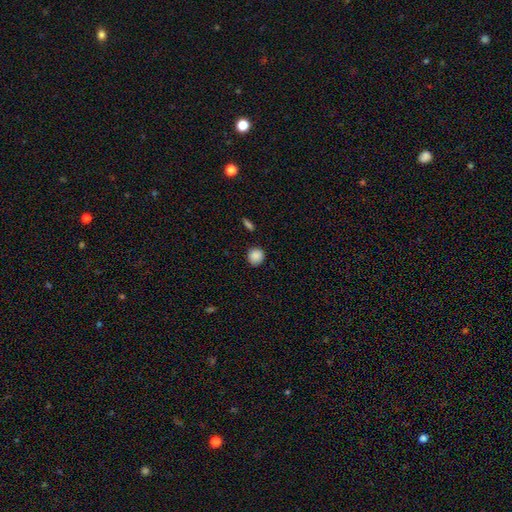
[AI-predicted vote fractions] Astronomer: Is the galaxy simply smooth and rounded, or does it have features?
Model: smooth — 88%.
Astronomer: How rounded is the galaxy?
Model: round — 90%.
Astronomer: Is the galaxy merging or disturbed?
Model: none — 87%.